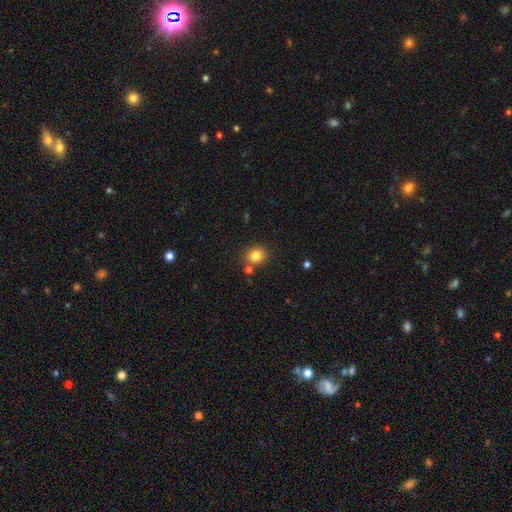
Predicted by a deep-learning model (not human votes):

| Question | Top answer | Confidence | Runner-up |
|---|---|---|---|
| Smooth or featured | smooth | 82% | star or artifact (11%) |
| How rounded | round | 77% | in between (22%) |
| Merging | none | 77% | merger (11%) |